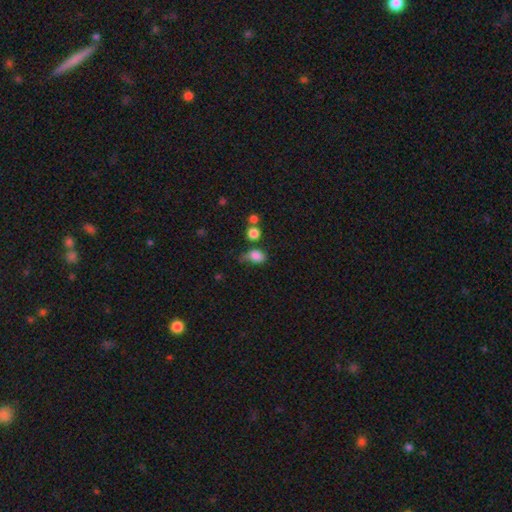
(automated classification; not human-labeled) Smooth or featured: smooth — 82% (star or artifact — 11%)
How rounded: in between — 68% (round — 30%)
Merging: none — 41% (minor disturbance — 33%)